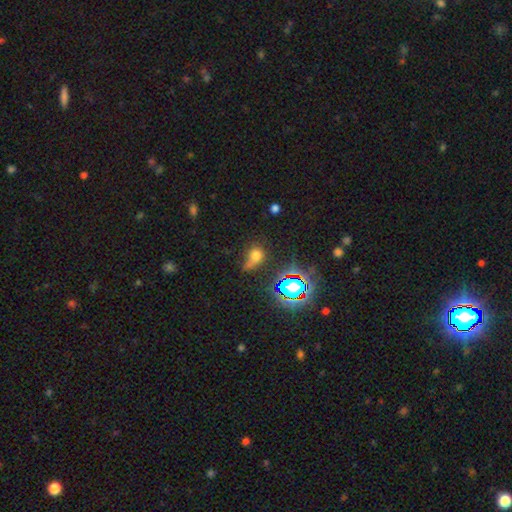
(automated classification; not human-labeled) This appears to be a smooth galaxy with no disk features (56%) that is round (50%). Merging: none (40%).